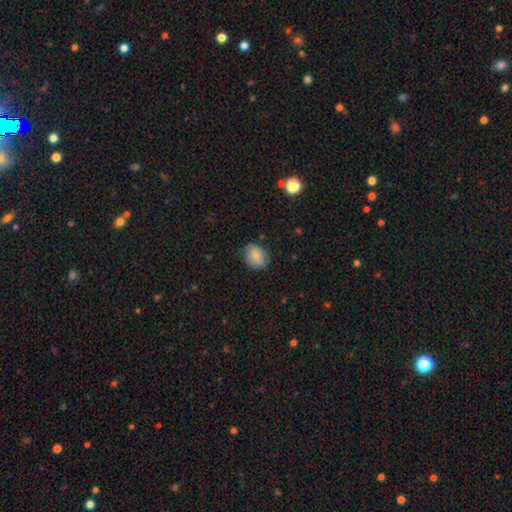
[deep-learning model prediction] This is clearly a smooth galaxy (81%). How rounded: possibly round (50%). Merging: likely none (76%).